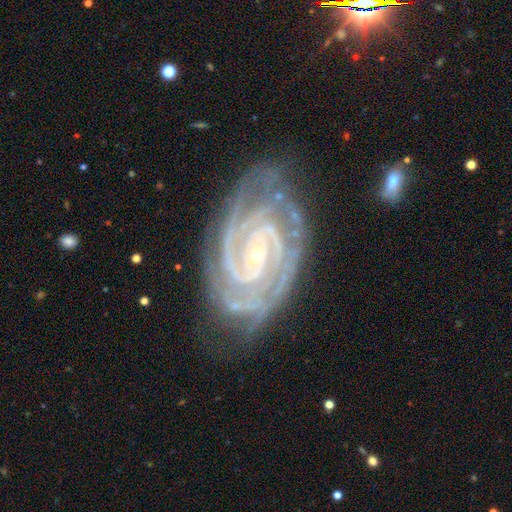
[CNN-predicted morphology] A featured or disk galaxy (92%) with no bar (51%), 2 (39%) tight (77%) spiral arms (99%) and a small central bulge (86%). Merging: none (73%).